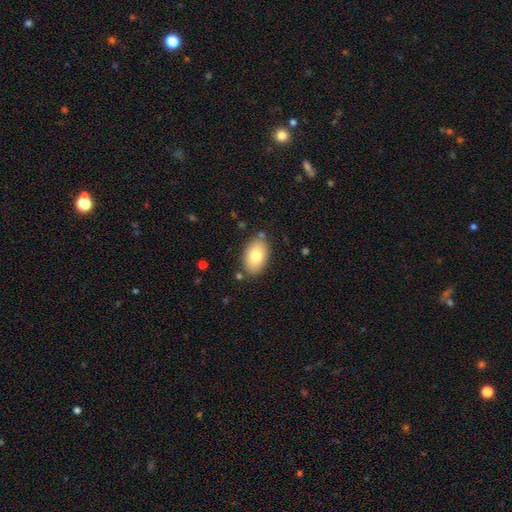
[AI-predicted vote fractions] A smooth galaxy with no disk features (79%) that is in between round and cigar-shaped (91%). Merging: none (83%).